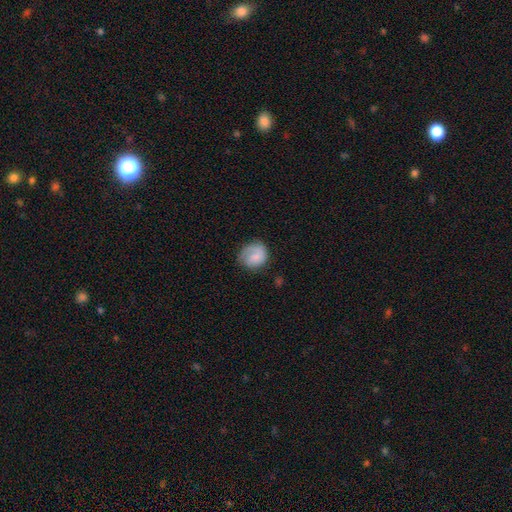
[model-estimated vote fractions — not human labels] smooth_or_featured: smooth (p=0.65) [alt: featured or disk p=0.27]
how_rounded: round (p=0.73) [alt: in between p=0.27]
merging: none (p=0.59) [alt: minor disturbance p=0.25]